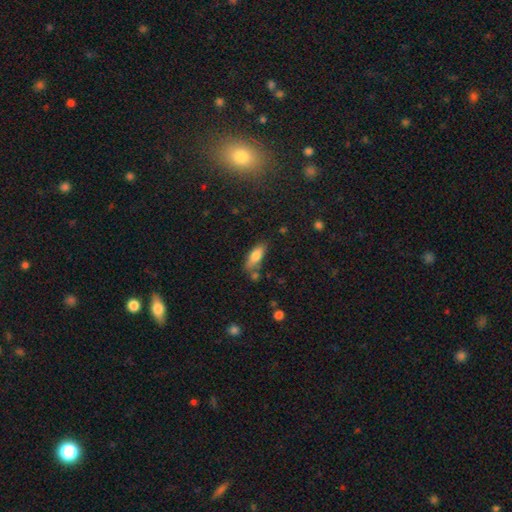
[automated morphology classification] smooth 78%, featured or disk 14%, star or artifact 8%. Down the decision tree: how rounded — in between (70%); merging — none (69%).